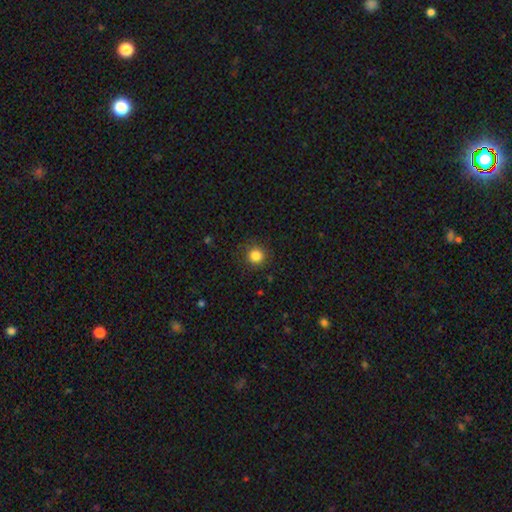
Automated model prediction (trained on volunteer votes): smooth-or-featured: smooth: 84% | star or artifact: 12% | featured or disk: 4%
  how-rounded: round: 94% | in between: 5% | cigar-shaped: 1%
  merging: none: 90% | minor disturbance: 7% | major disturbance: 3% | merger: 1%